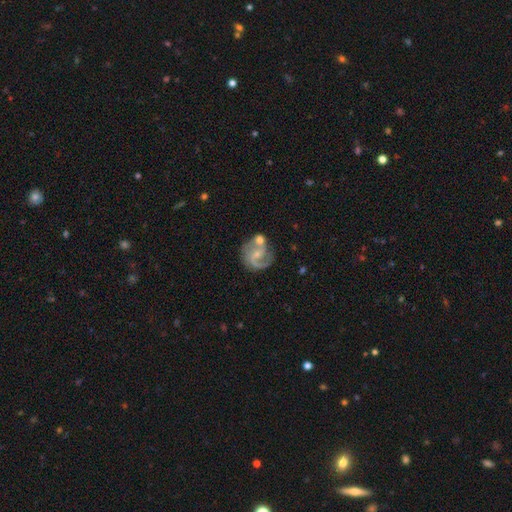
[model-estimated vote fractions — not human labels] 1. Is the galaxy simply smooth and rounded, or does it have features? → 81% featured or disk, 13% smooth, 6% star or artifact.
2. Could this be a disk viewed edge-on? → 98% no, 2% yes.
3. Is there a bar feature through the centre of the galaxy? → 46% weak, 43% no, 11% strong.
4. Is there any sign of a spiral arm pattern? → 94% yes, 6% no.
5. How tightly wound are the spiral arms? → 53% medium, 27% loose, 20% tight.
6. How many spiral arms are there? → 72% 2, 14% 1, 6% can't tell, 5% 3, 1% 4, 1% more than 4.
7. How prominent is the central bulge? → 63% small, 26% moderate, 9% none, 1% large, 1% dominant.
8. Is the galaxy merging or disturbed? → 49% none, 23% merger, 17% minor disturbance, 11% major disturbance.